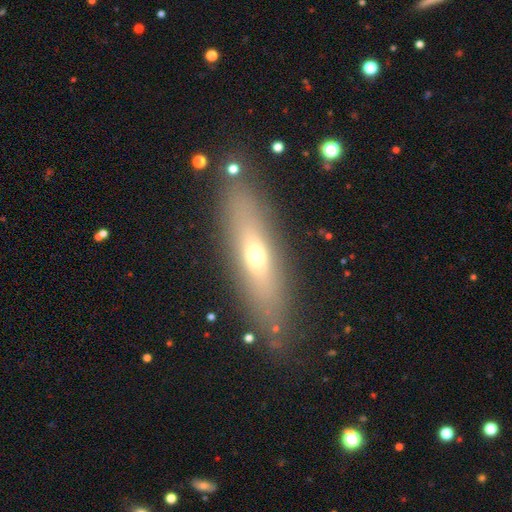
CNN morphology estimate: Smooth or featured?
  - smooth: 52% *
  - featured or disk: 37%
  - star or artifact: 11%
How rounded?
  - cigar-shaped: 66% *
  - in between: 30%
  - round: 3%
Merging?
  - none: 83% *
  - minor disturbance: 10%
  - major disturbance: 5%
  - merger: 2%